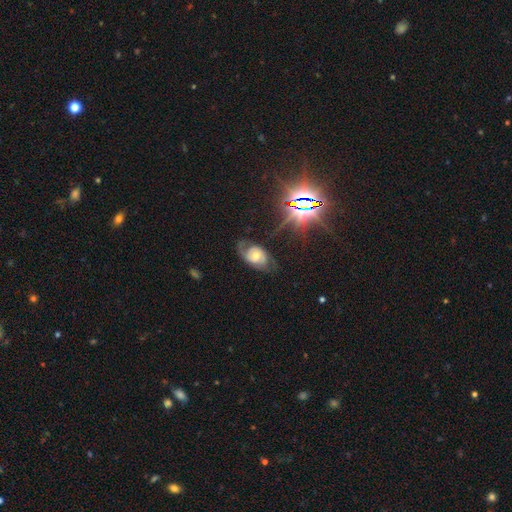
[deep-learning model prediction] Smooth or featured? featured or disk (61%)
Edge-on disk? no (94%)
Bar? no (63%)
Spiral arms? yes (86%)
Bulge size? moderate (55%)
Merging? none (61%)